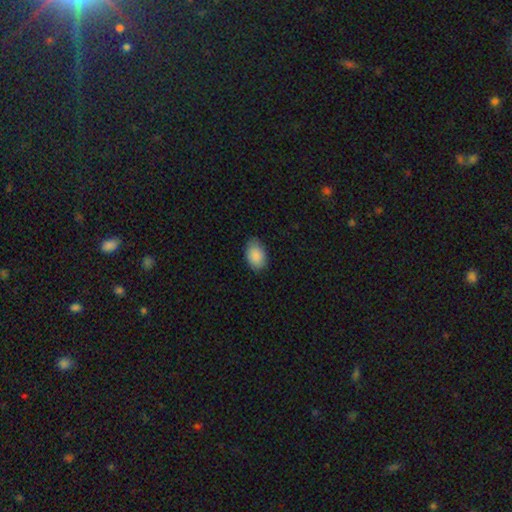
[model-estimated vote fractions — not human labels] smooth 89%, star or artifact 6%, featured or disk 4%. Down the decision tree: how rounded — in between (91%); merging — none (80%).